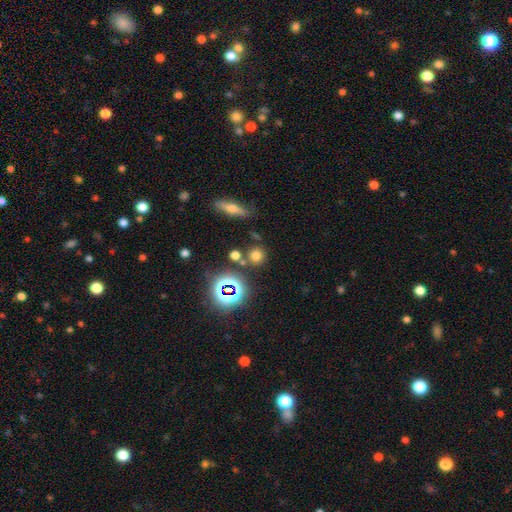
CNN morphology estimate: type=smooth (67%); roundness=round (88%); merging=none (78%).